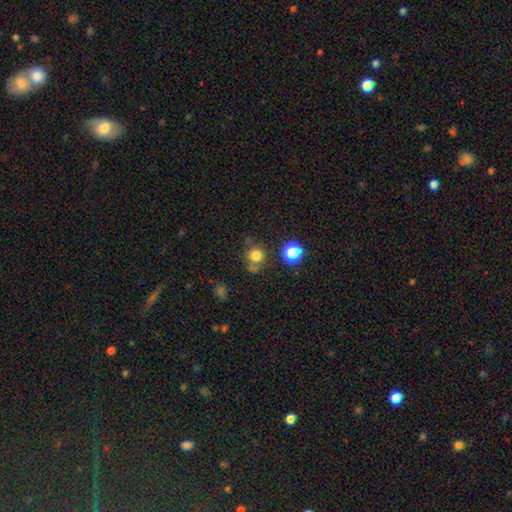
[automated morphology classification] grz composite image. It shows a smooth galaxy with no disk features (78%) that is round (93%). Merging: none (70%).